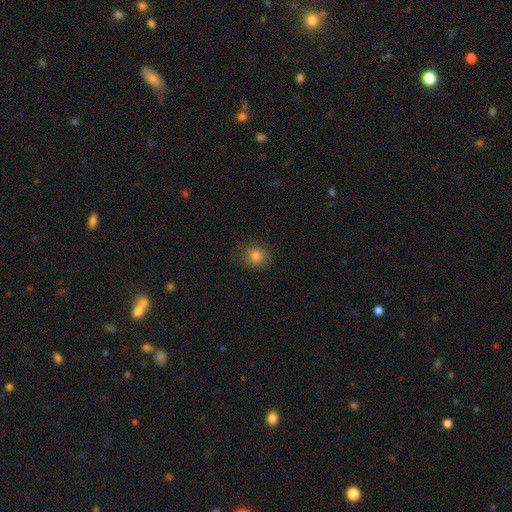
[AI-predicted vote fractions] smooth-or-featured: smooth: 80% | star or artifact: 13% | featured or disk: 7%
  how-rounded: round: 79% | in between: 20% | cigar-shaped: 1%
  merging: none: 80% | minor disturbance: 14% | major disturbance: 4% | merger: 1%